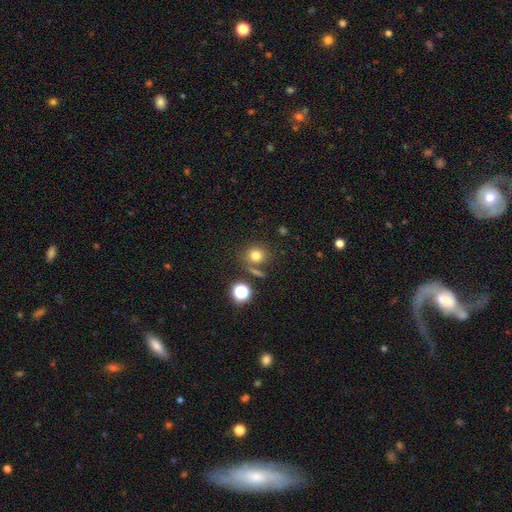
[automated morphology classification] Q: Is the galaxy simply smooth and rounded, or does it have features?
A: smooth — 75%.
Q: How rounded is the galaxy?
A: round — 83%.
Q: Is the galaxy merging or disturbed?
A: none — 71%.